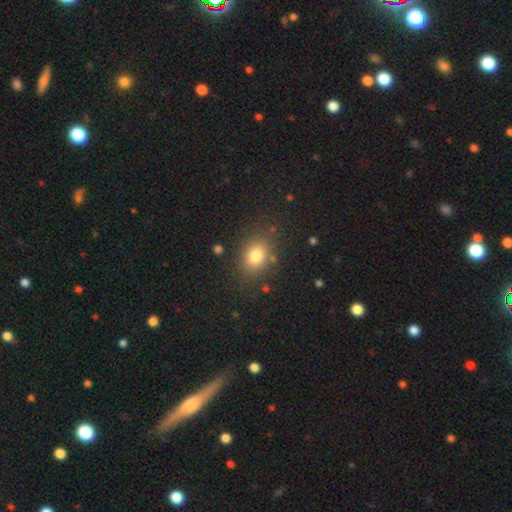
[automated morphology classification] A smooth galaxy with no disk features (78%) that is in between round and cigar-shaped (55%).

Vote fractions:
- Smooth or featured? smooth: 78% / star or artifact: 12% / featured or disk: 9%
- How rounded? in between: 55% / round: 44% / cigar-shaped: 1%
- Merging? none: 81% / minor disturbance: 11% / major disturbance: 5% / merger: 3%